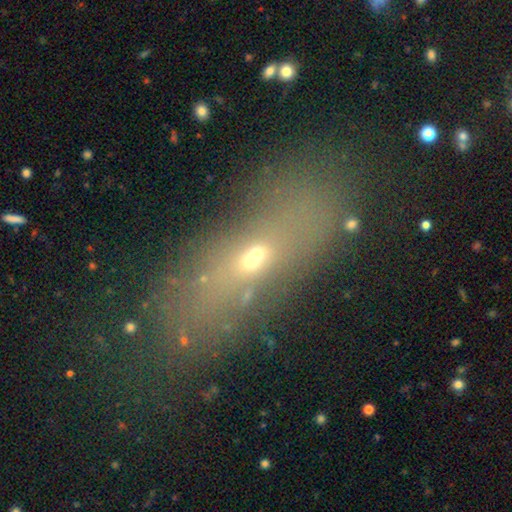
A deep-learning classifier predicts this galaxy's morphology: smooth_or_featured: smooth (p=0.41) [alt: featured or disk p=0.32]
merging: none (p=0.58) [alt: merger p=0.17]